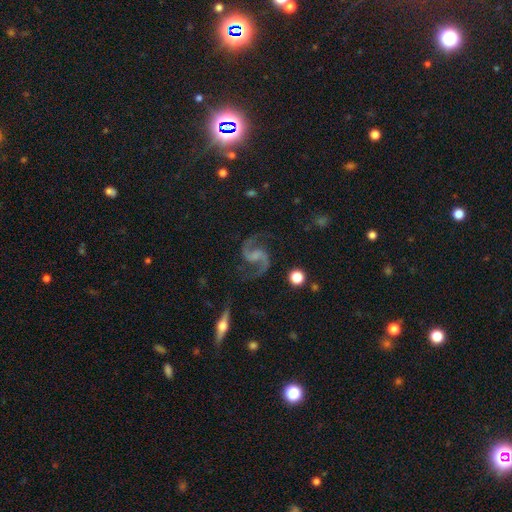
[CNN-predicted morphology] Smooth or featured? featured or disk (92%)
Edge-on disk? no (98%)
Bar? weak (44%)
Spiral arms? yes (98%)
Spiral winding? medium (47%)
Spiral arm count? 2 (94%)
Bulge size? none (51%)
Merging? none (79%)